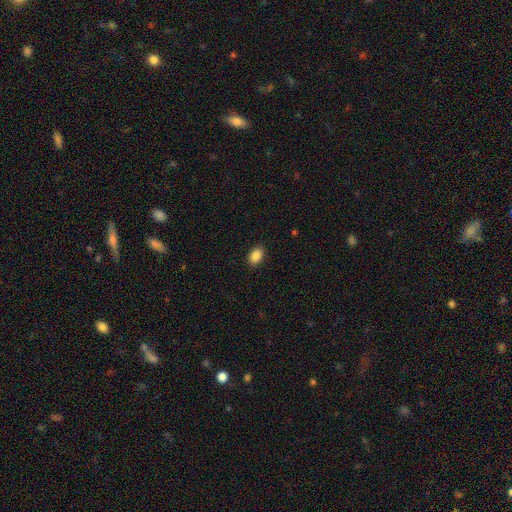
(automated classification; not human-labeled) A smooth galaxy with no disk features (89%) that is in between round and cigar-shaped (85%).

Vote fractions:
- Smooth or featured? smooth: 89% / star or artifact: 8% / featured or disk: 3%
- How rounded? in between: 85% / round: 14% / cigar-shaped: 1%
- Merging? none: 89% / minor disturbance: 8% / major disturbance: 2% / merger: 1%